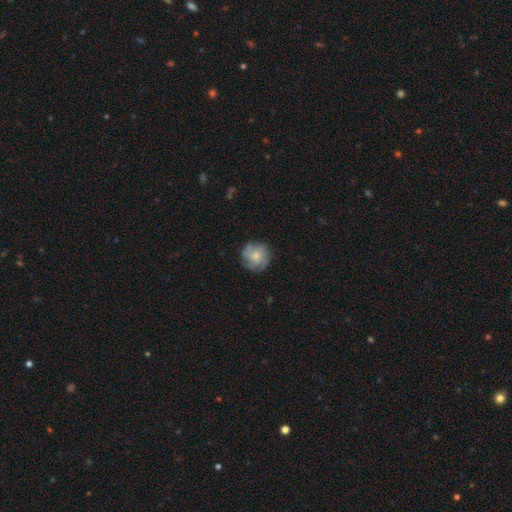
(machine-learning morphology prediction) Smooth or featured: featured or disk — 51% (smooth — 41%)
Edge-on disk: no — 97% (yes — 3%)
Merging: none — 75% (minor disturbance — 17%)